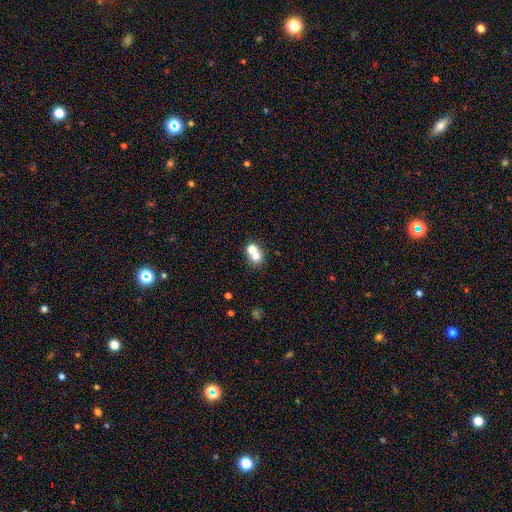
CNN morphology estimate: smooth-or-featured: smooth: 69% | featured or disk: 17% | star or artifact: 14%
  how-rounded: round: 73% | in between: 26% | cigar-shaped: 1%
  merging: merger: 55% | none: 37% | minor disturbance: 6% | major disturbance: 3%